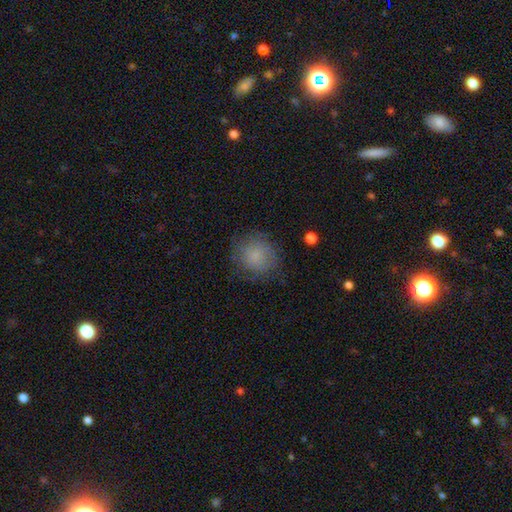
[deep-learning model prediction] Smooth or featured: smooth — 76% (featured or disk — 15%)
How rounded: round — 88% (in between — 11%)
Merging: none — 74% (minor disturbance — 17%)